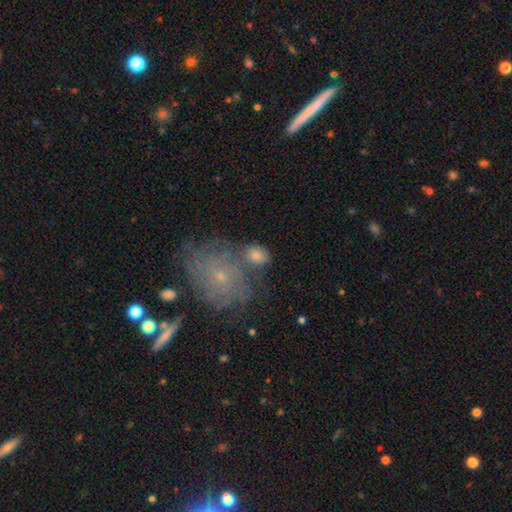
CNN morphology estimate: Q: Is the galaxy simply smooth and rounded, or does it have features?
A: smooth — 47%.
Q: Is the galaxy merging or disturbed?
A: none — 54%.